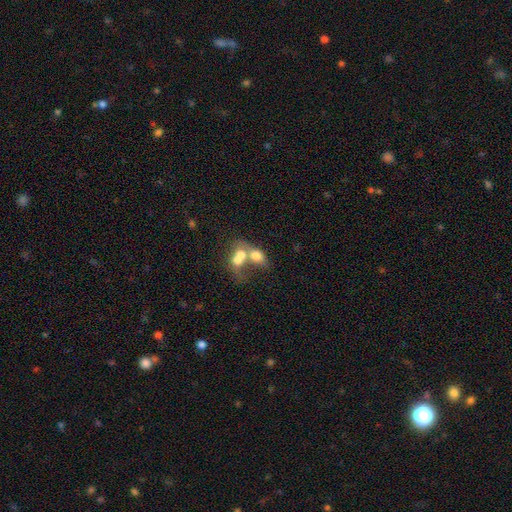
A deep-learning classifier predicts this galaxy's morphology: Smooth or featured? smooth (61%)
How rounded? in between (61%)
Merging? merger (74%)